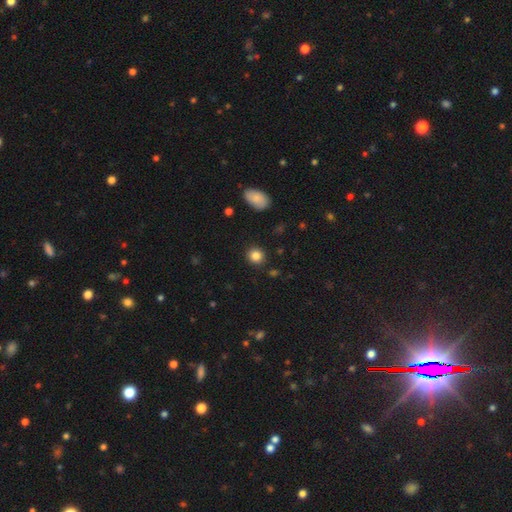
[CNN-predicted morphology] smooth 85%, star or artifact 10%, featured or disk 5%. Down the decision tree: how rounded — round (85%); merging — none (90%).